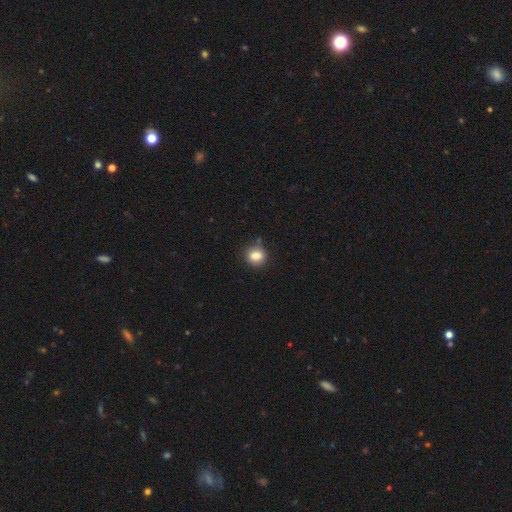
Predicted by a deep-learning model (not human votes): The model was most divided on "how rounded": round: 71%, in between: 28%, cigar-shaped: 1%. More confident: smooth or featured — smooth (84%); merging — none (79%).